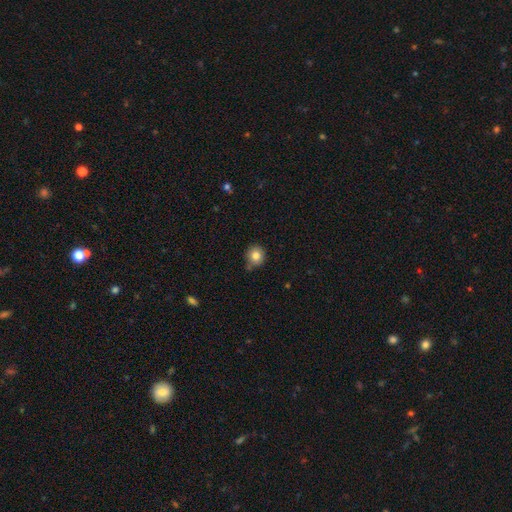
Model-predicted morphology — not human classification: Smooth or featured: smooth — 82% (star or artifact — 10%)
How rounded: round — 89% (in between — 10%)
Merging: none — 76% (minor disturbance — 16%)